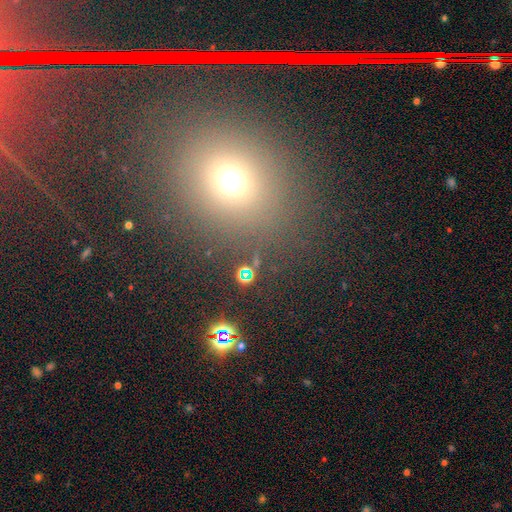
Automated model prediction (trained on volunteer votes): smooth-or-featured: smooth: 49% | star or artifact: 41% | featured or disk: 10%
  merging: none: 84% | minor disturbance: 8% | major disturbance: 5% | merger: 3%